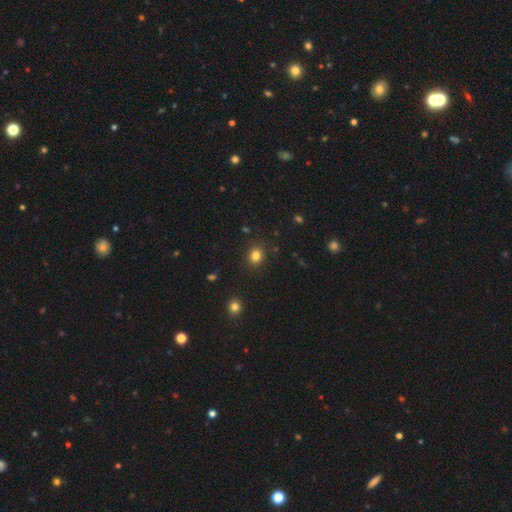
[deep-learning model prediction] A smooth galaxy with no disk features (82%) that is round (69%).

Vote fractions:
- Smooth or featured? smooth: 82% / star or artifact: 13% / featured or disk: 5%
- How rounded? round: 69% / in between: 30% / cigar-shaped: 1%
- Merging? none: 87% / minor disturbance: 8% / major disturbance: 3% / merger: 2%